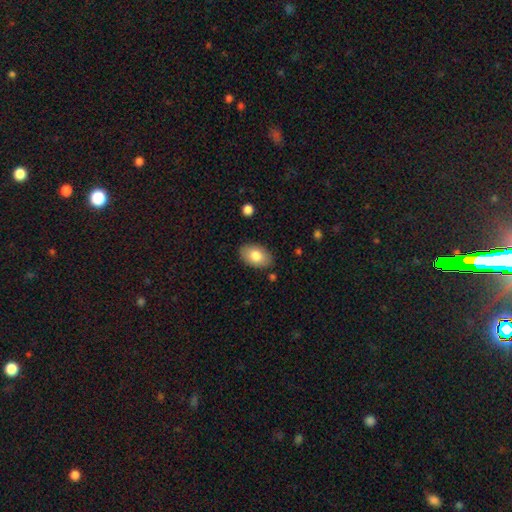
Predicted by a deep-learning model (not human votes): Overall: smooth (81%). How rounded: in between (90%). Merging: none (85%).